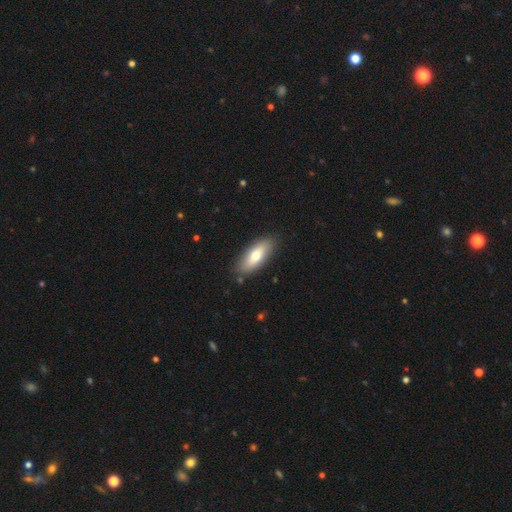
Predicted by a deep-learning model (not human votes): Smooth or featured? smooth (71%)
How rounded? in between (75%)
Merging? none (85%)